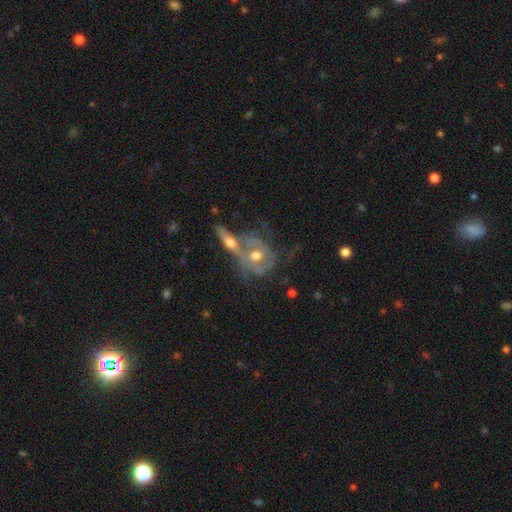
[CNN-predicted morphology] Overall: featured or disk (78%). Edge-on disk: no (87%). Bar: no (76%). Spiral arms: yes (73%). Bulge size: moderate (75%). Merging: merger (43%; none 32%).